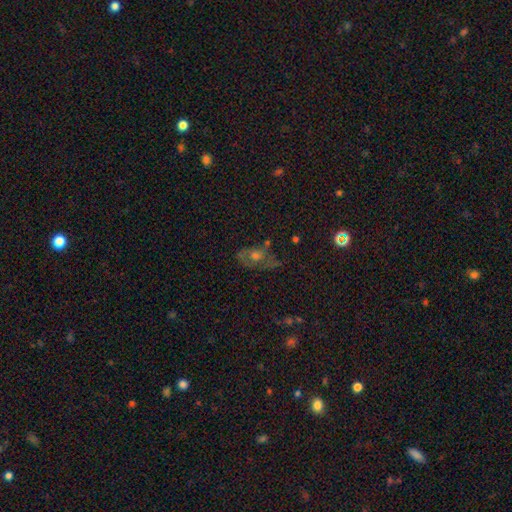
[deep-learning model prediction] smooth_or_featured: featured or disk (p=0.43) [alt: smooth p=0.33]
merging: none (p=0.52) [alt: minor disturbance p=0.24]